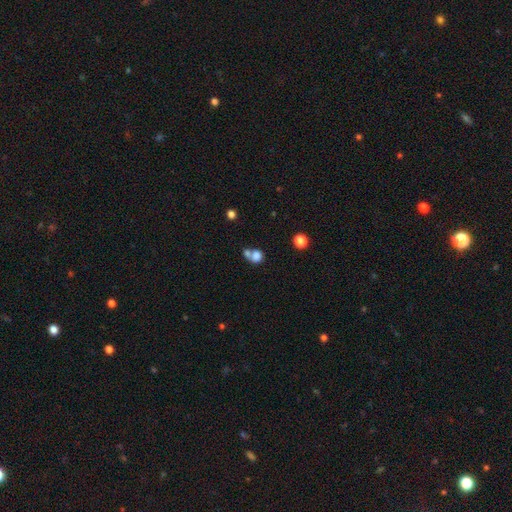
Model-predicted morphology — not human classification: The model was most divided on "merging": merger: 55%, none: 30%, minor disturbance: 8%, major disturbance: 6%. More confident: smooth or featured — smooth (78%); how rounded — round (68%).